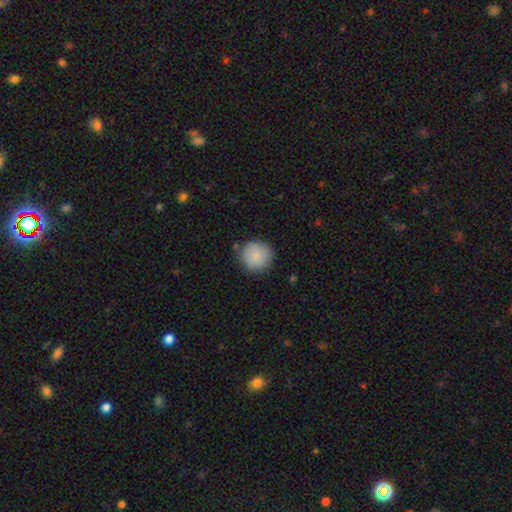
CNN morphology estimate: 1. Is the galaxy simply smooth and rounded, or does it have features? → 88% smooth, 7% star or artifact, 5% featured or disk.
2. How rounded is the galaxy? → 94% round, 5% in between, 1% cigar-shaped.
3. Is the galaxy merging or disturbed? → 83% none, 12% minor disturbance, 3% major disturbance, 2% merger.